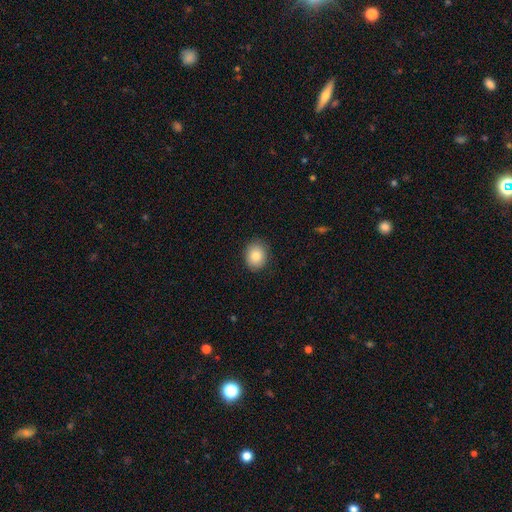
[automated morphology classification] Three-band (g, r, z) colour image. It shows a smooth galaxy with no disk features (84%) that is round (63%). Merging: none (87%).